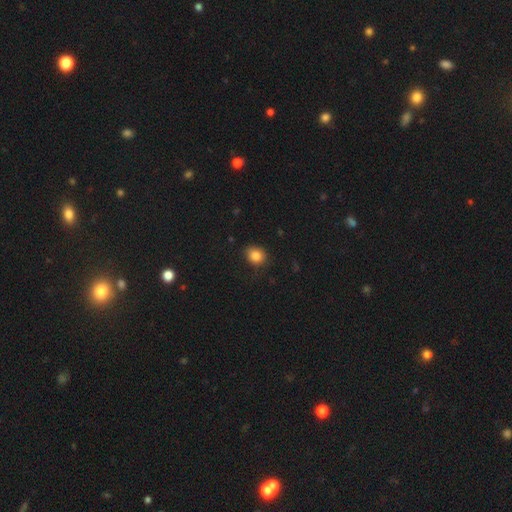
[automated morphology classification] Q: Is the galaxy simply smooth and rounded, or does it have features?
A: smooth — 84%.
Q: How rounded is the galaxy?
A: round — 66%.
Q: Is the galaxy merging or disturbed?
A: none — 79%.